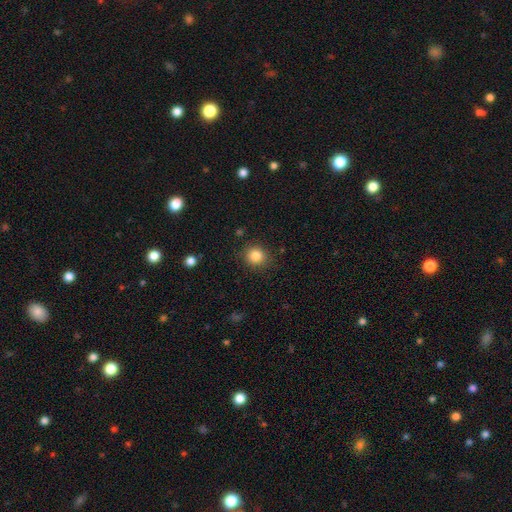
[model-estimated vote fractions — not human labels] Morphology: type=smooth (84%); roundness=round (87%); merging=none (87%).